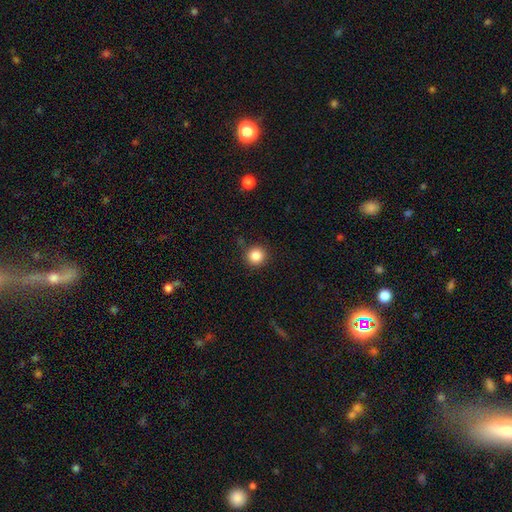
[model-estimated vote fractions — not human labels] smooth-or-featured: smooth: 85% | star or artifact: 10% | featured or disk: 4%
  how-rounded: round: 94% | in between: 5% | cigar-shaped: 1%
  merging: none: 89% | minor disturbance: 7% | major disturbance: 2% | merger: 2%